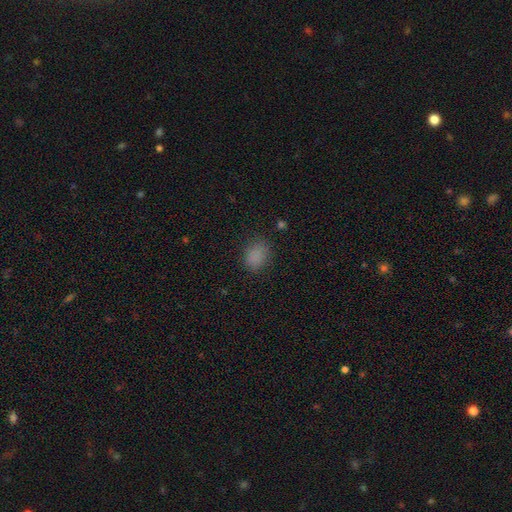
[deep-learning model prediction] A smooth galaxy with no disk features (83%) that is in between round and cigar-shaped (55%).

Vote fractions:
- Smooth or featured? smooth: 83% / star or artifact: 13% / featured or disk: 4%
- How rounded? in between: 55% / round: 44% / cigar-shaped: 1%
- Merging? none: 80% / minor disturbance: 14% / major disturbance: 5% / merger: 1%